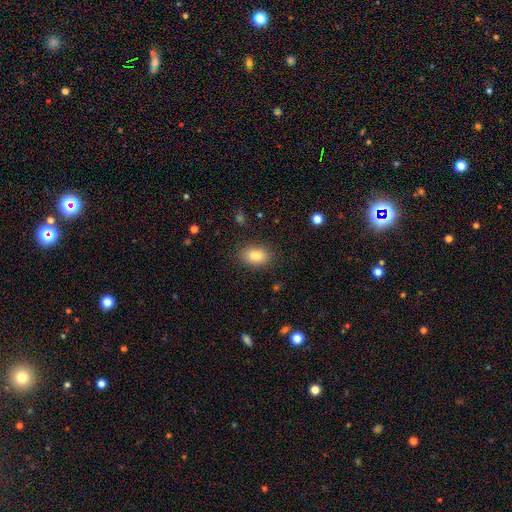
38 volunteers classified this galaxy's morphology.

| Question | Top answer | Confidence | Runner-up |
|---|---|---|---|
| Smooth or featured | smooth | 95% | star or artifact (5%) |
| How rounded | in between | 97% | round (3%) |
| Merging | none | 94% | minor disturbance (3%) |